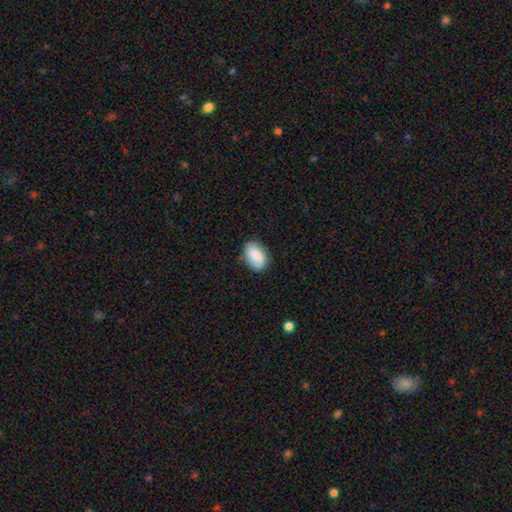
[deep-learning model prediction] smooth-or-featured: smooth: 80% | featured or disk: 13% | star or artifact: 7%
  how-rounded: in between: 89% | round: 9% | cigar-shaped: 2%
  merging: none: 76% | minor disturbance: 19% | major disturbance: 4% | merger: 1%